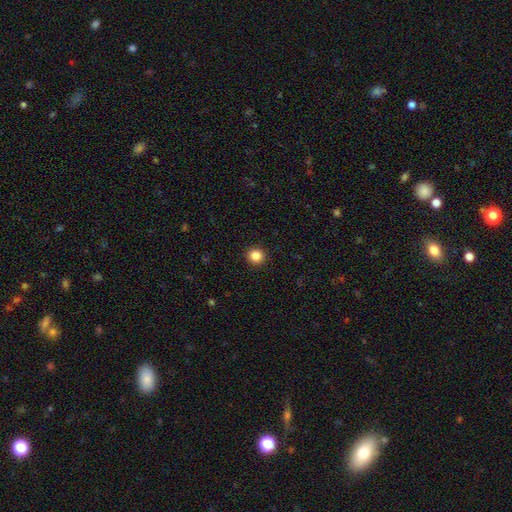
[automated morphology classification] The model was most divided on "smooth or featured": smooth: 85%, star or artifact: 11%, featured or disk: 4%. More confident: merging — none (93%); how rounded — round (93%).